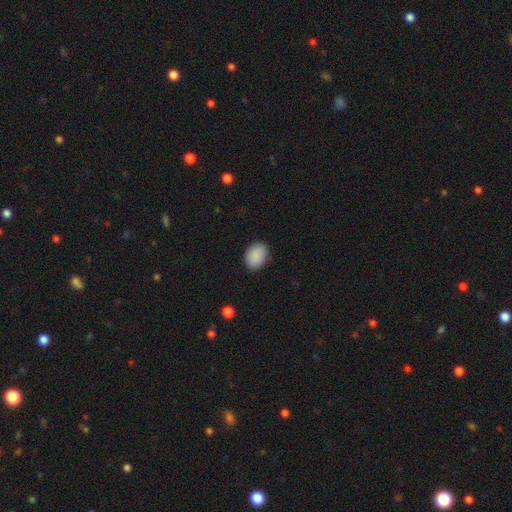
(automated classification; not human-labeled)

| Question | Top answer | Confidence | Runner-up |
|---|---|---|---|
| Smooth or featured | smooth | 90% | star or artifact (7%) |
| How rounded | in between | 75% | round (24%) |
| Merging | none | 86% | minor disturbance (11%) |